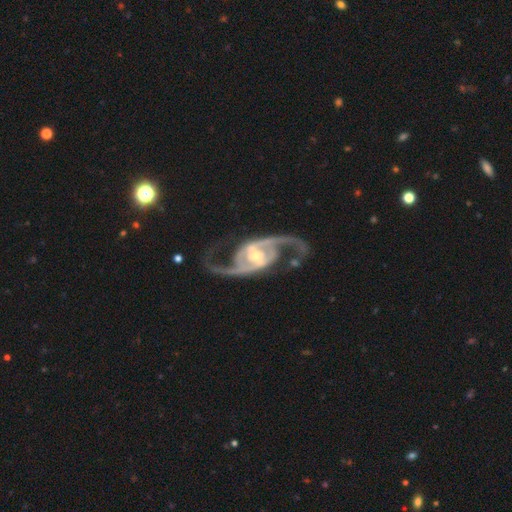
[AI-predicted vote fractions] Smooth or featured: featured or disk — 94% (star or artifact — 4%)
Edge-on disk: no — 97% (yes — 3%)
Bar: weak — 39% (strong — 33%)
Spiral arms: yes — 98% (no — 2%)
Spiral winding: medium — 48% (loose — 41%)
Spiral arm count: 2 — 94% (can't tell — 1%)
Bulge size: small — 48% (moderate — 45%)
Merging: none — 76% (minor disturbance — 12%)